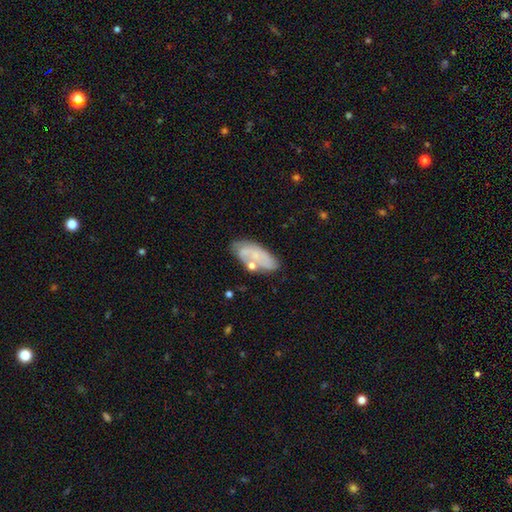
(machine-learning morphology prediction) Overall: featured or disk (47%; smooth 45%). Merging: none (59%; minor disturbance 22%).